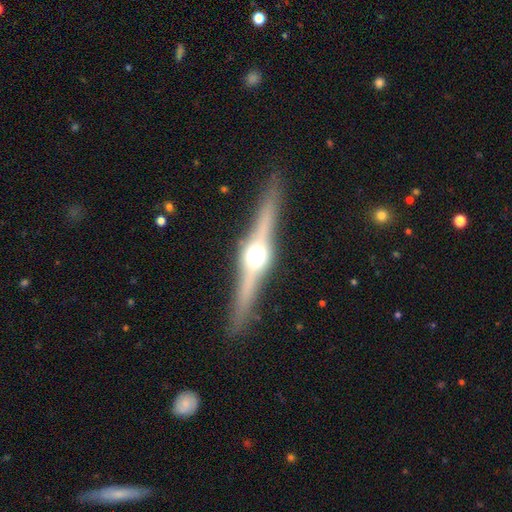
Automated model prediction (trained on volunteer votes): Smooth or featured? Predicted: featured or disk (p=0.79). Edge-on disk? Predicted: yes (p=0.98). Edge-on bulge? Predicted: rounded (p=0.94). Merging? Predicted: none (p=0.88).